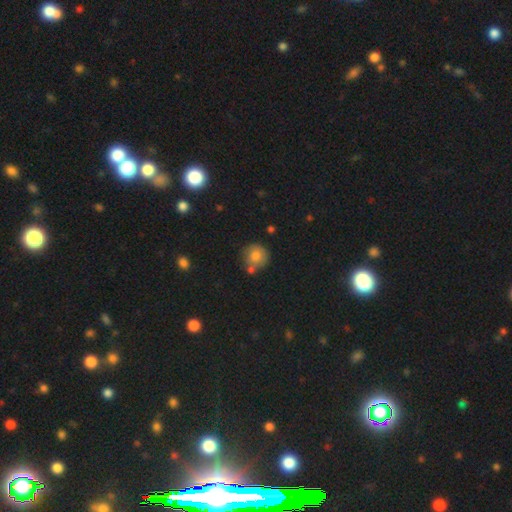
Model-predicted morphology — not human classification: This appears to be a smooth galaxy with no disk features (78%) that is round (90%). Merging: none (63%).